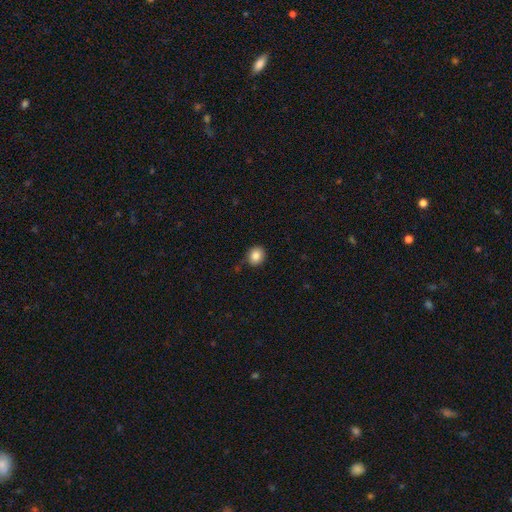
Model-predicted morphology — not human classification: The model was most divided on "how rounded": round: 74%, in between: 25%, cigar-shaped: 1%. More confident: smooth or featured — smooth (85%); merging — none (84%).